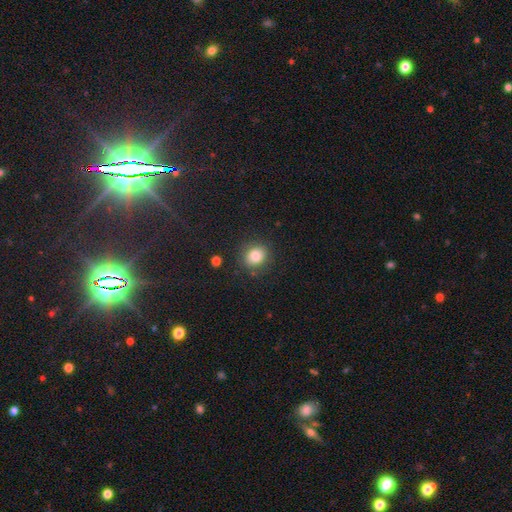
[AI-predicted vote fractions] Morphology: type=smooth (82%); roundness=round (67%); merging=none (82%).